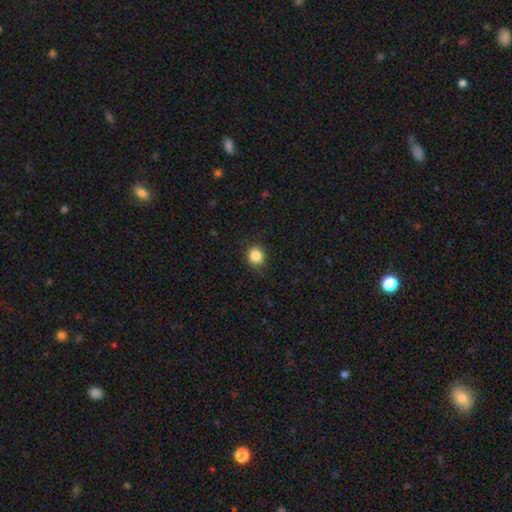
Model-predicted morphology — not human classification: smooth 85%, star or artifact 10%, featured or disk 4%. Down the decision tree: how rounded — round (88%); merging — none (89%).